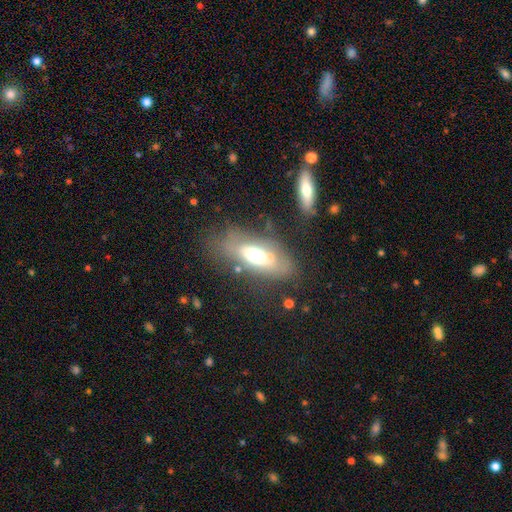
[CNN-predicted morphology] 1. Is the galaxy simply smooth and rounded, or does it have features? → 50% smooth, 40% featured or disk, 9% star or artifact.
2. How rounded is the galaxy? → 79% in between, 16% cigar-shaped, 5% round.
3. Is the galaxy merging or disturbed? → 56% none, 21% minor disturbance, 16% major disturbance, 6% merger.